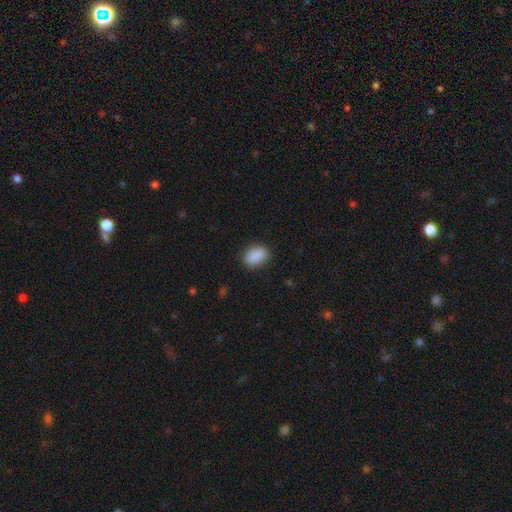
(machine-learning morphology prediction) smooth 89%, star or artifact 8%, featured or disk 4%. Down the decision tree: how rounded — in between (85%); merging — none (85%).